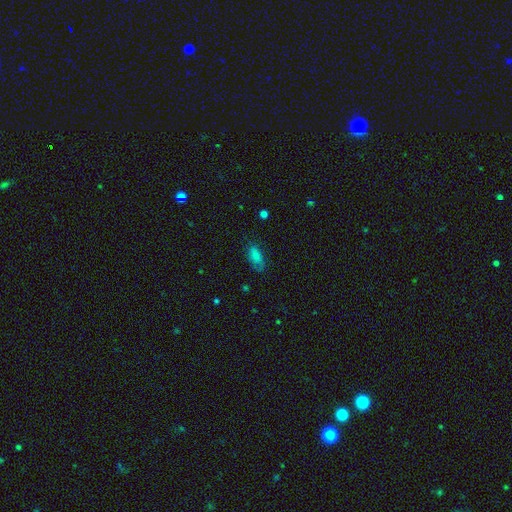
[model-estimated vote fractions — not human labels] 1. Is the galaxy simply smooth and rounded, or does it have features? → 79% smooth, 10% star or artifact, 10% featured or disk.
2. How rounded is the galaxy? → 86% in between, 10% cigar-shaped, 4% round.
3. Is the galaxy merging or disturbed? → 66% none, 24% minor disturbance, 9% major disturbance, 2% merger.